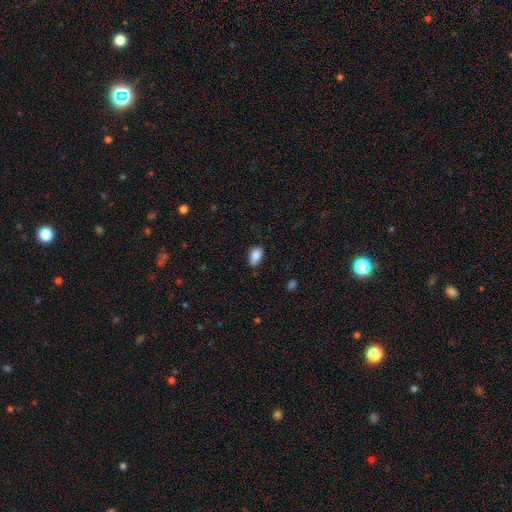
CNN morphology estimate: The model was most divided on "merging": none: 70%, minor disturbance: 24%, major disturbance: 4%, merger: 2%. More confident: how rounded — in between (91%); smooth or featured — smooth (88%).